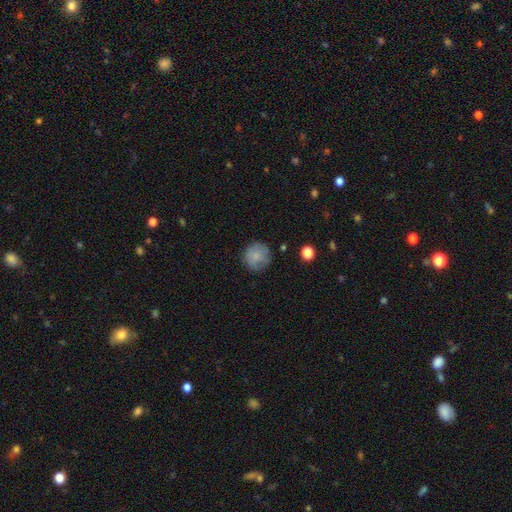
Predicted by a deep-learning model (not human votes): Smooth or featured?
  - smooth: 76% *
  - featured or disk: 16%
  - star or artifact: 9%
How rounded?
  - round: 92% *
  - in between: 7%
  - cigar-shaped: 1%
Merging?
  - none: 74% *
  - minor disturbance: 19%
  - major disturbance: 6%
  - merger: 2%